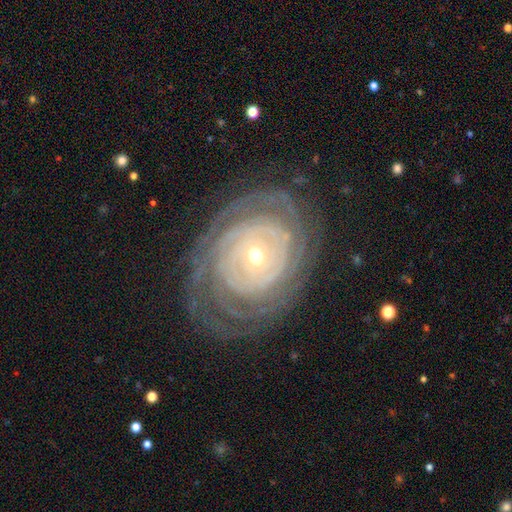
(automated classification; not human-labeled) featured or disk 87%, smooth 7%, star or artifact 6%. Down the decision tree: edge-on disk — no (96%); bar — no (76%); spiral arms — yes (93%); spiral arm count — can't tell (35%); spiral winding — tight (87%); bulge size — small (58%); merging — none (78%).